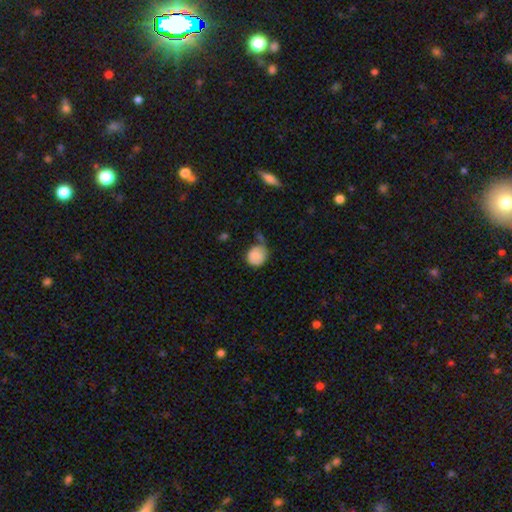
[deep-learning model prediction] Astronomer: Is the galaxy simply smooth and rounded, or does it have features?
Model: smooth — 84%.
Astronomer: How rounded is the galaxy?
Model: round — 78%.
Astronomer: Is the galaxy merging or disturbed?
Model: none — 46% (runner-up: minor disturbance, 33%).